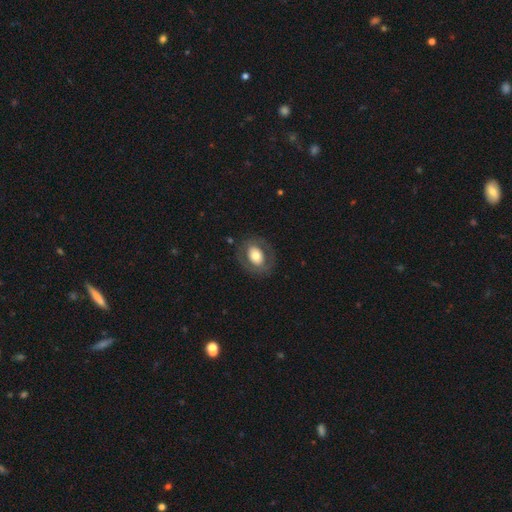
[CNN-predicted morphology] smooth_or_featured: smooth (p=0.55) [alt: featured or disk p=0.38]
how_rounded: in between (p=0.64) [alt: round p=0.35]
merging: none (p=0.78) [alt: minor disturbance p=0.13]